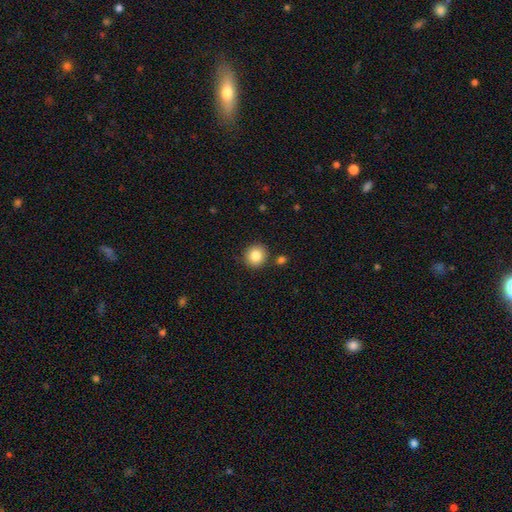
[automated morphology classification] Smooth or featured? smooth (85%)
How rounded? round (92%)
Merging? none (87%)